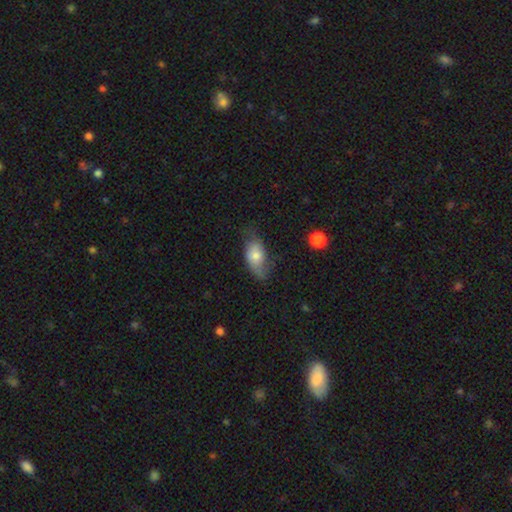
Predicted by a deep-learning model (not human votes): Overall: smooth (63%; featured or disk 30%). How rounded: in between (90%). Merging: none (53%; minor disturbance 32%).